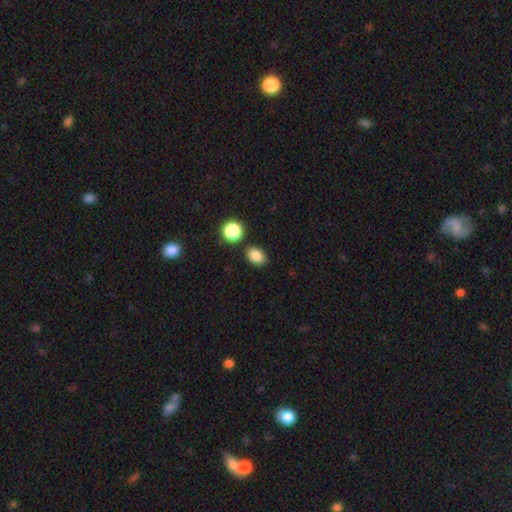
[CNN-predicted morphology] Smooth or featured? smooth (84%)
How rounded? in between (70%)
Merging? none (83%)